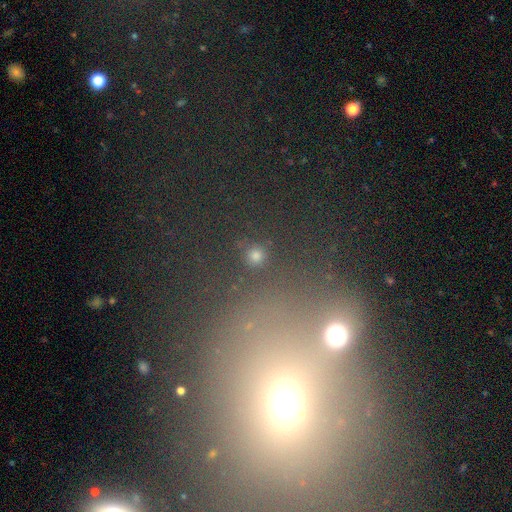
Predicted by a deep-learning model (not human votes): The model was most divided on "smooth or featured": smooth: 70%, star or artifact: 24%, featured or disk: 6%. More confident: how rounded — round (93%); merging — none (83%).